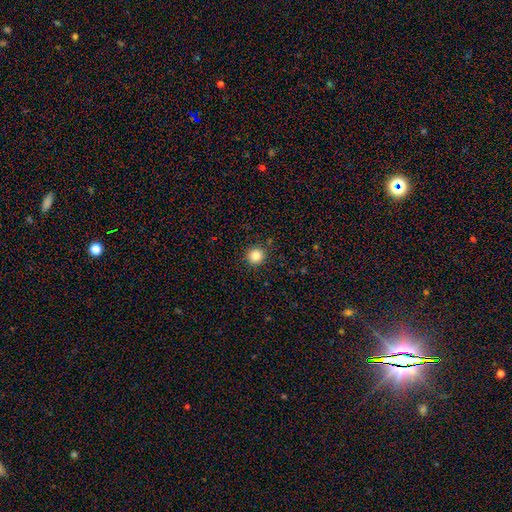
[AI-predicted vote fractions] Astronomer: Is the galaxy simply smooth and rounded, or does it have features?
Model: smooth — 84%.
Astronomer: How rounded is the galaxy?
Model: round — 93%.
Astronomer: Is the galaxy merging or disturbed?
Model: none — 90%.